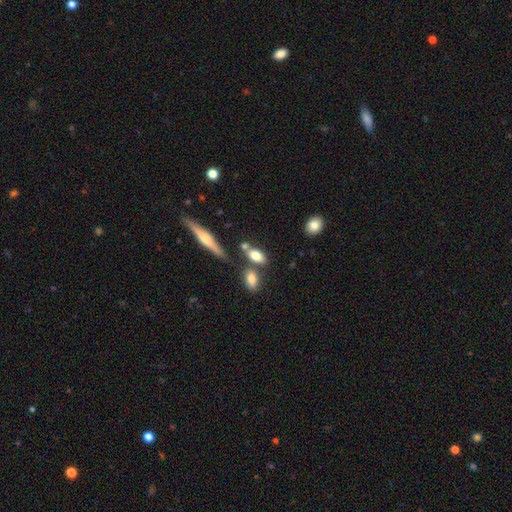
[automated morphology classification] A smooth galaxy with no disk features (76%) that is in between round and cigar-shaped (82%). Merging: none (59%).